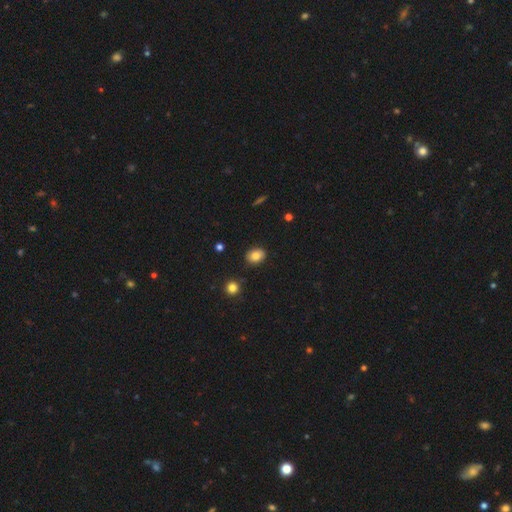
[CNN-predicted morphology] Smooth or featured?
  - smooth: 80% *
  - star or artifact: 10%
  - featured or disk: 9%
How rounded?
  - in between: 58% *
  - round: 41%
  - cigar-shaped: 1%
Merging?
  - none: 86% *
  - minor disturbance: 10%
  - major disturbance: 2%
  - merger: 2%